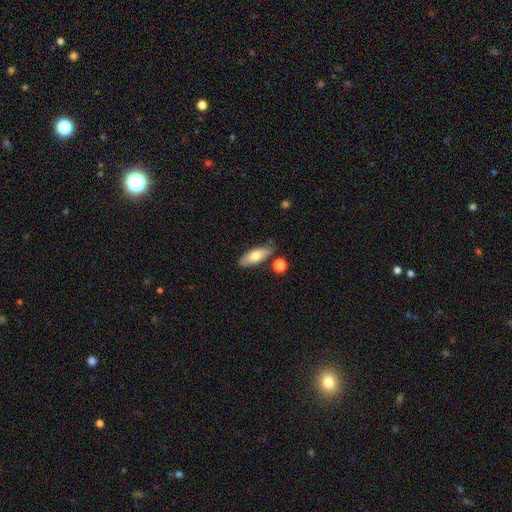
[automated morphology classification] Q: Smooth or featured?
A: smooth (69%); runner-up: featured or disk (25%)
Q: How rounded?
A: in between (70%); runner-up: cigar-shaped (27%)
Q: Merging?
A: none (75%); runner-up: minor disturbance (15%)